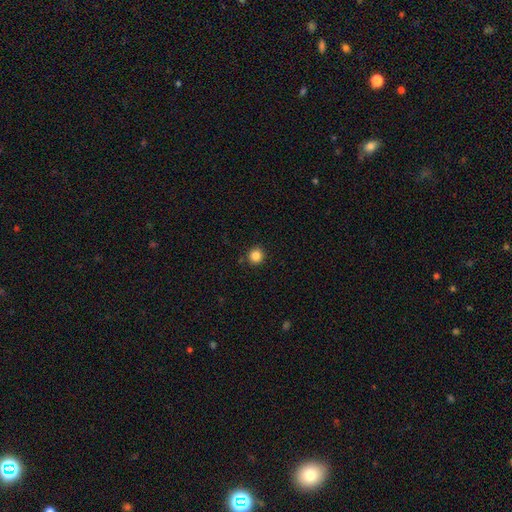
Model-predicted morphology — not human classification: Smooth or featured? Predicted: smooth (p=0.85). How rounded? Predicted: round (p=0.94). Merging? Predicted: none (p=0.90).